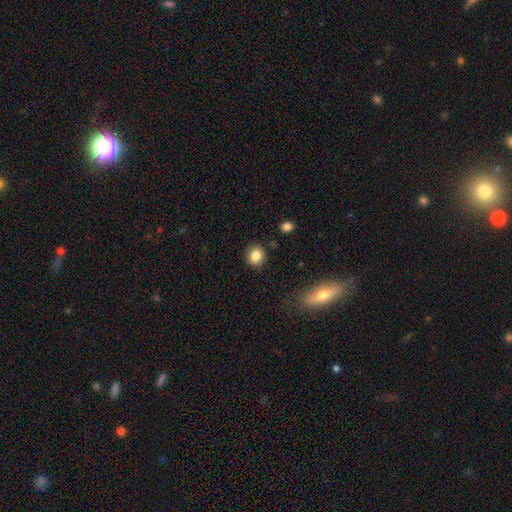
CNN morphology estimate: Overall: smooth (84%). How rounded: round (83%). Merging: none (89%).